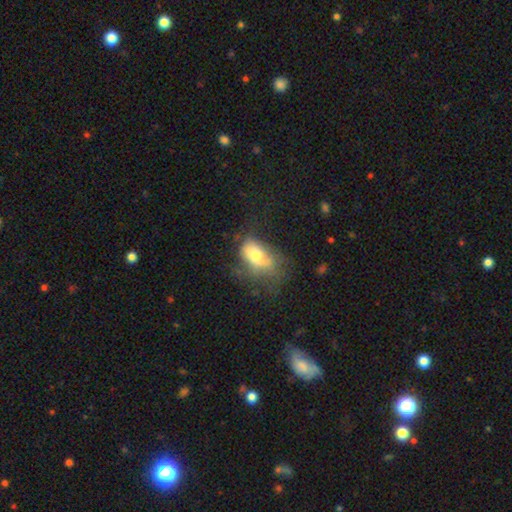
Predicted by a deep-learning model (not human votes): A smooth galaxy with no disk features (62%) that is in between round and cigar-shaped (86%). Merging: none (35%).